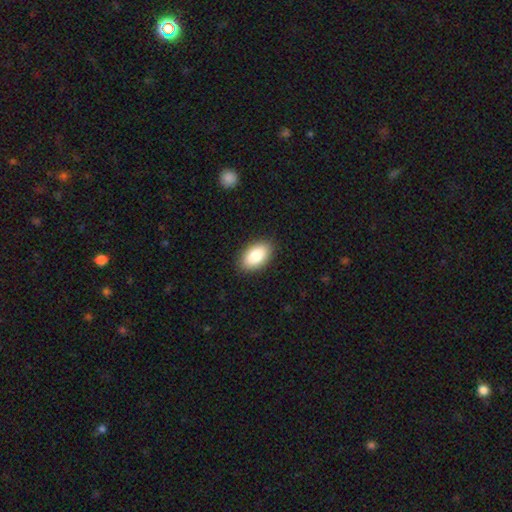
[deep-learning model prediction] Smooth or featured?
  - smooth: 87% *
  - featured or disk: 7%
  - star or artifact: 7%
How rounded?
  - in between: 94% *
  - round: 5%
  - cigar-shaped: 2%
Merging?
  - none: 88% *
  - minor disturbance: 9%
  - major disturbance: 2%
  - merger: 1%